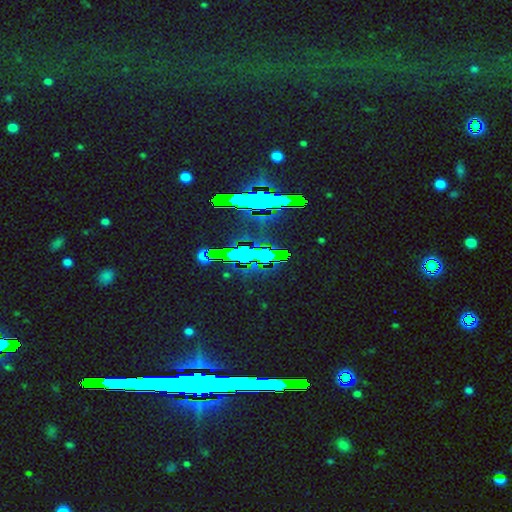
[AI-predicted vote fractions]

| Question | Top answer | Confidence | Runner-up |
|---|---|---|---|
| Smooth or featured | star or artifact | 78% | smooth (11%) |